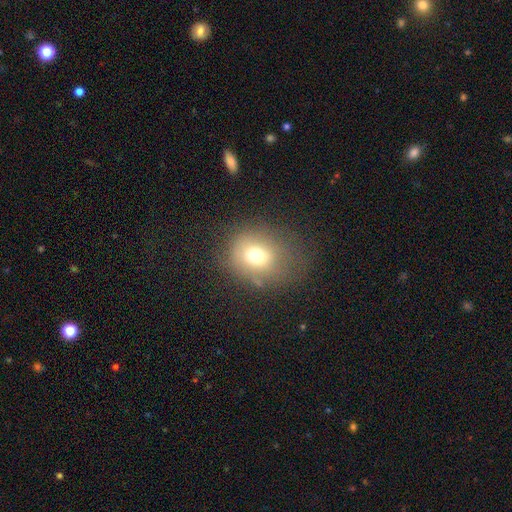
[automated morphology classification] Smooth or featured? Predicted: smooth (p=0.70). How rounded? Predicted: round (p=0.66). Merging? Predicted: none (p=0.61).